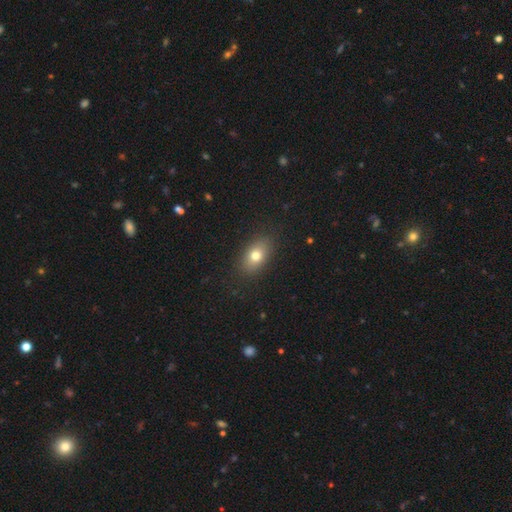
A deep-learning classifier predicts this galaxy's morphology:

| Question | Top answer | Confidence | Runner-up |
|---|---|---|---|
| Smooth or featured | smooth | 76% | featured or disk (14%) |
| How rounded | in between | 82% | round (15%) |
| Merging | none | 86% | minor disturbance (10%) |